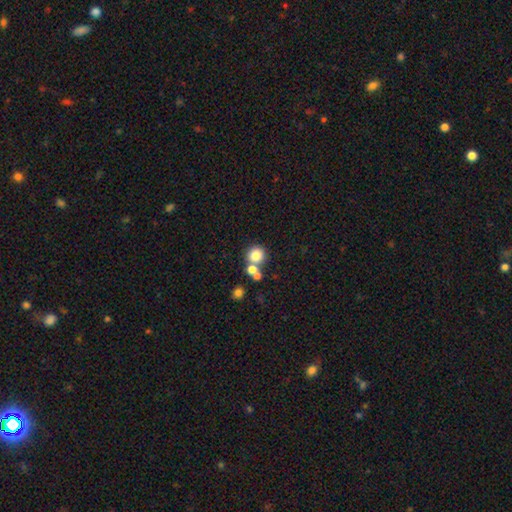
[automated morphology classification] The model was most divided on "merging": none: 56%, merger: 32%, minor disturbance: 8%, major disturbance: 4%. More confident: how rounded — round (89%); smooth or featured — smooth (78%).